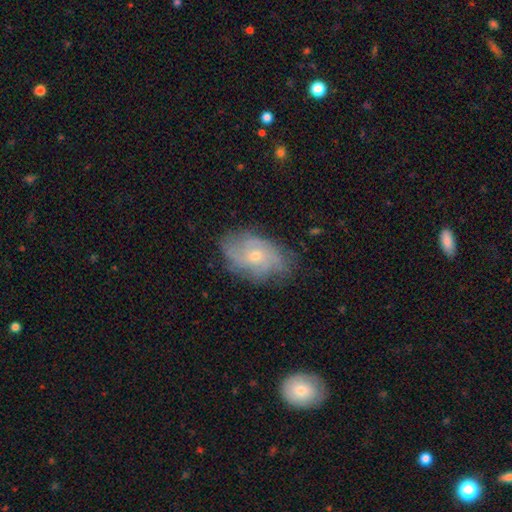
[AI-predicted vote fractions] Morphology: type=featured or disk (71%); edge-on=no (96%); bar=no (76%); spiral arms=yes (87%); winding=tight (45%); arm count=can't tell (42%); bulge=small (60%); merging=none (70%).